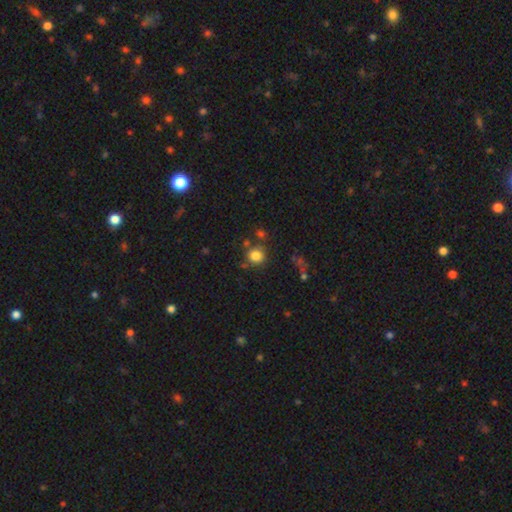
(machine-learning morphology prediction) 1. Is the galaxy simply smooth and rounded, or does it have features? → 81% smooth, 12% star or artifact, 6% featured or disk.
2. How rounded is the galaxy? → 92% round, 7% in between, 1% cigar-shaped.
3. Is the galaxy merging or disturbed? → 77% none, 10% minor disturbance, 9% merger, 4% major disturbance.